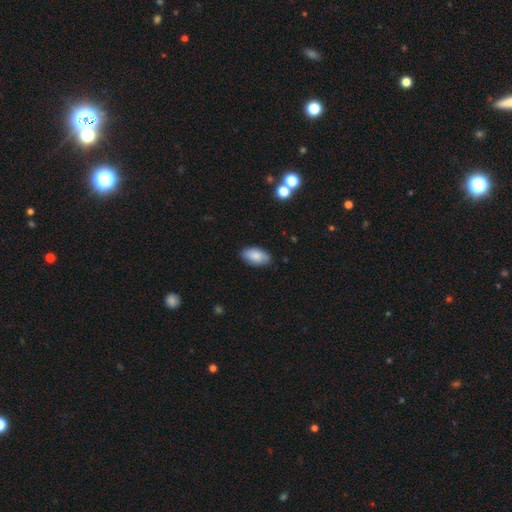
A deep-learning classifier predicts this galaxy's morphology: The model was most divided on "merging": none: 83%, minor disturbance: 13%, major disturbance: 2%, merger: 1%. More confident: how rounded — in between (94%); smooth or featured — smooth (84%).